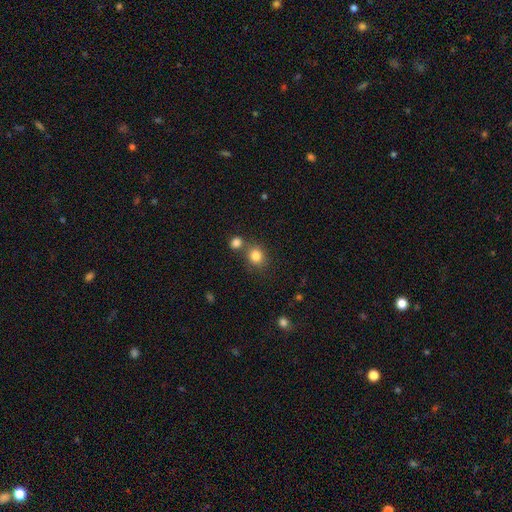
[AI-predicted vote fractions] This appears to be a smooth galaxy with no disk features (82%) that is round (79%). Merging: none (65%).